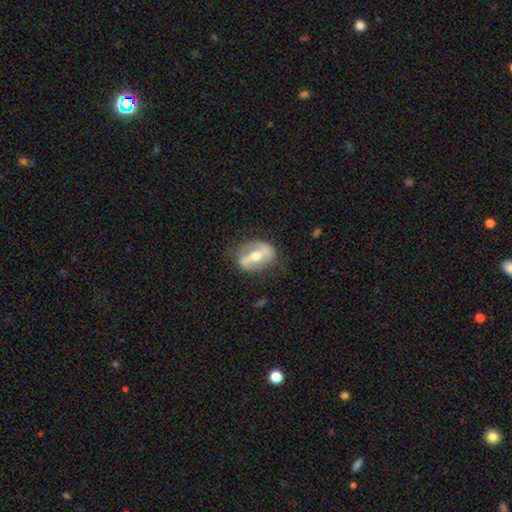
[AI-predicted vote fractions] Smooth or featured? featured or disk (75%)
Edge-on disk? no (90%)
Bar? strong (65%)
Spiral arms? yes (68%)
Bulge size? moderate (68%)
Merging? none (73%)